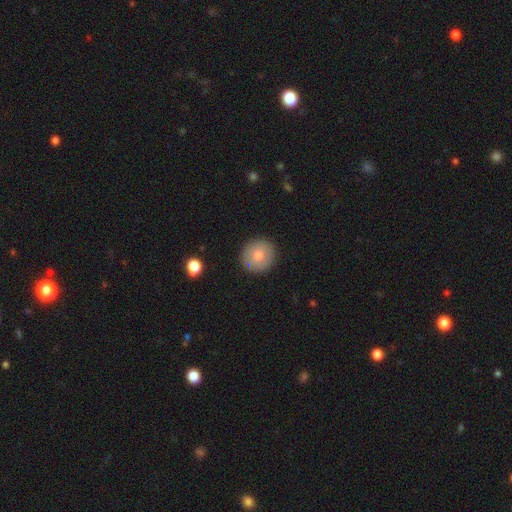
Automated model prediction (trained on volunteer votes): Smooth or featured? smooth (71%)
How rounded? round (94%)
Merging? none (92%)